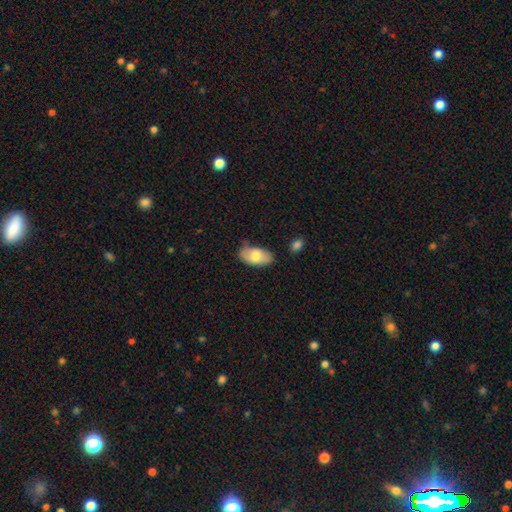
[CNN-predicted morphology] Smooth or featured? Predicted: smooth (p=0.75). How rounded? Predicted: in between (p=0.95). Merging? Predicted: none (p=0.67).